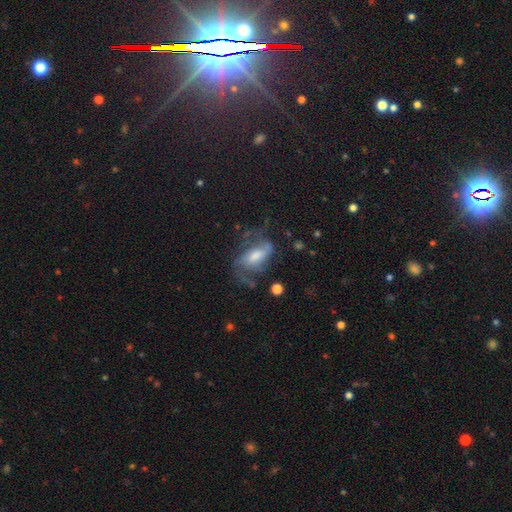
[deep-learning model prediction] Morphology: type=featured or disk (65%); edge-on=no (94%); bar=weak (43%); spiral arms=yes (85%); winding=medium (44%); arm count=2 (55%); bulge=moderate (40%); merging=none (42%).